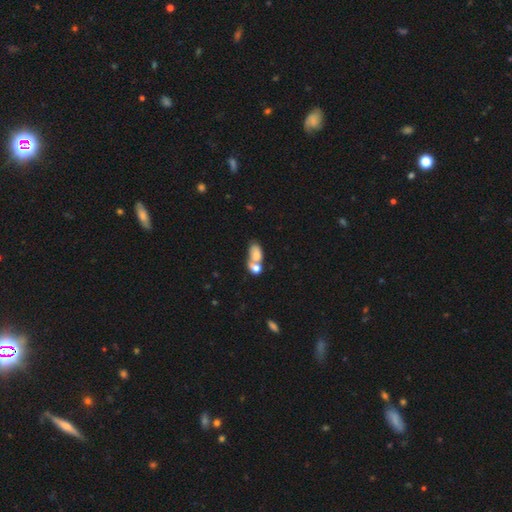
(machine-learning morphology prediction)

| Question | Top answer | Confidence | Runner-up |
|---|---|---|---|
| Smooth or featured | smooth | 72% | featured or disk (20%) |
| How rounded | in between | 85% | round (12%) |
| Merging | merger | 71% | none (17%) |